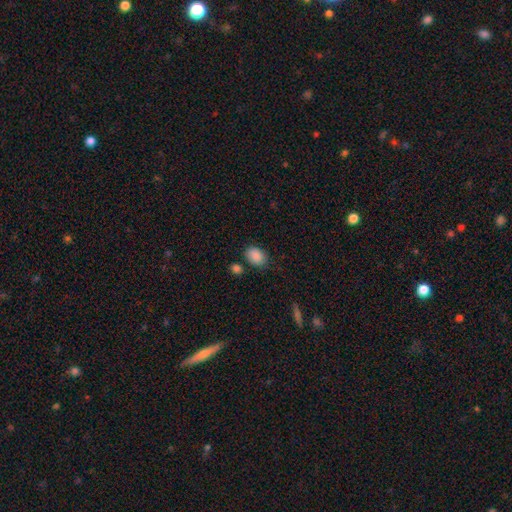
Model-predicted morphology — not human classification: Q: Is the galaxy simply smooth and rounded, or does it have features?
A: smooth — 88%.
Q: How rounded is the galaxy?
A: in between — 74%.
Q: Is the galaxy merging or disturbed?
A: none — 77%.